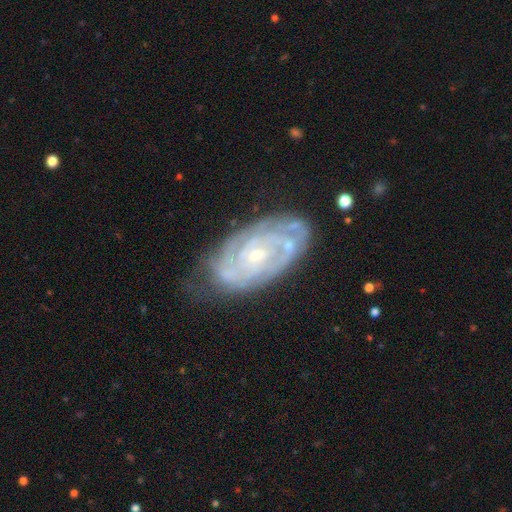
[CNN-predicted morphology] Q: Smooth or featured?
A: featured or disk (85%); runner-up: smooth (9%)
Q: Edge-on disk?
A: no (95%); runner-up: yes (5%)
Q: Bar?
A: no (72%); runner-up: weak (23%)
Q: Spiral arms?
A: yes (94%); runner-up: no (6%)
Q: Spiral winding?
A: tight (75%); runner-up: medium (21%)
Q: Spiral arm count?
A: can't tell (35%); runner-up: 2 (27%)
Q: Bulge size?
A: small (72%); runner-up: moderate (24%)
Q: Merging?
A: none (67%); runner-up: minor disturbance (23%)